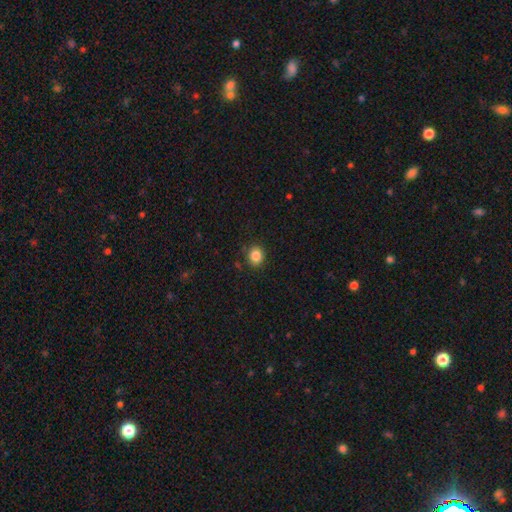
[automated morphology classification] smooth-or-featured: smooth: 85% | star or artifact: 10% | featured or disk: 4%
  how-rounded: round: 74% | in between: 25% | cigar-shaped: 1%
  merging: none: 87% | minor disturbance: 9% | major disturbance: 3% | merger: 1%